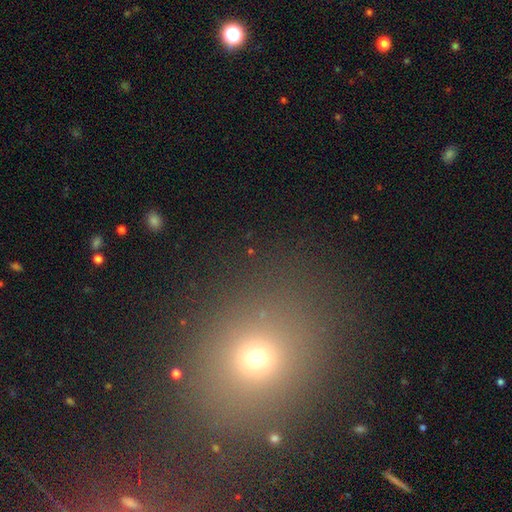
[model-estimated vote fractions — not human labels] Smooth or featured: smooth — 49% (star or artifact — 42%)
Merging: none — 84% (minor disturbance — 8%)